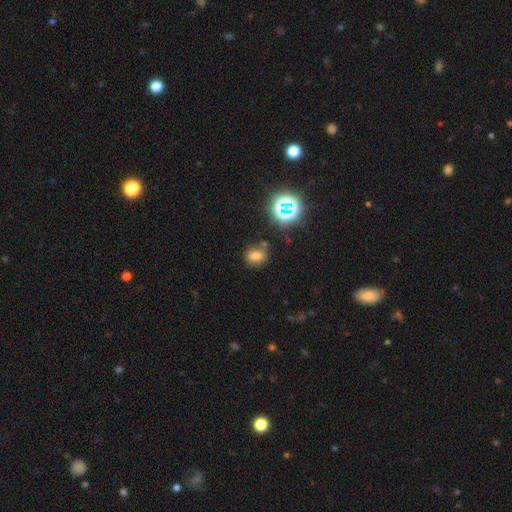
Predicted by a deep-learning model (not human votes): smooth 68%, star or artifact 23%, featured or disk 9%. Down the decision tree: how rounded — round (53%); merging — none (72%).